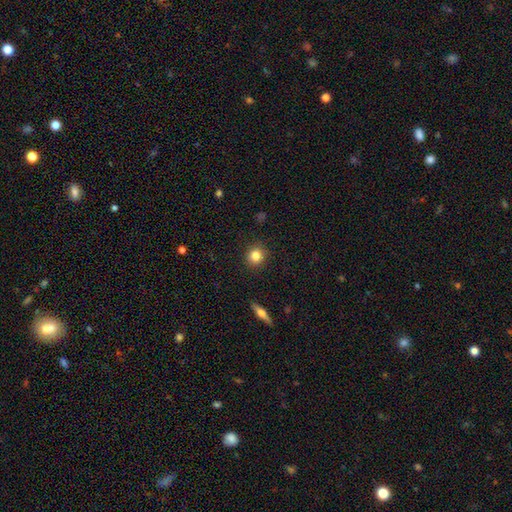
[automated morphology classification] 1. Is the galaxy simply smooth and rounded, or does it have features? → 82% smooth, 10% star or artifact, 8% featured or disk.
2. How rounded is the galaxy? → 90% round, 9% in between, 1% cigar-shaped.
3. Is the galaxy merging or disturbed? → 91% none, 6% minor disturbance, 2% major disturbance, 1% merger.